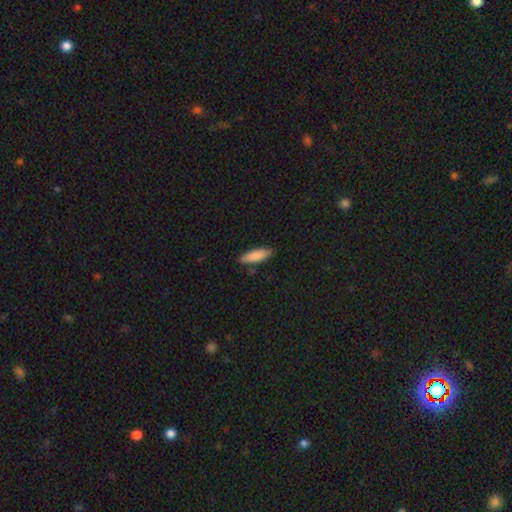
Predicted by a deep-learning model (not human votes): Smooth or featured?
  - smooth: 85% *
  - featured or disk: 9%
  - star or artifact: 6%
How rounded?
  - cigar-shaped: 50% *
  - in between: 49%
  - round: 2%
Merging?
  - none: 82% *
  - minor disturbance: 14%
  - major disturbance: 2%
  - merger: 2%